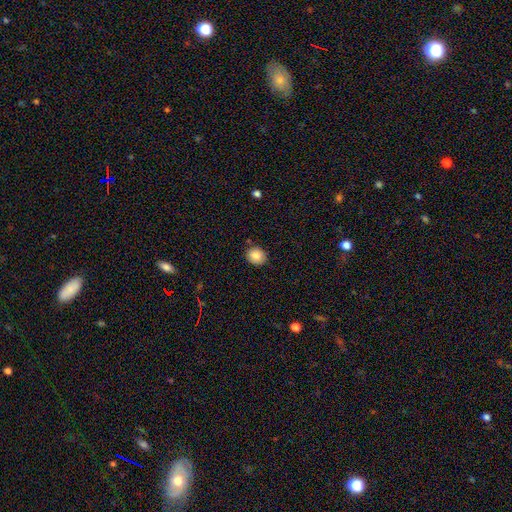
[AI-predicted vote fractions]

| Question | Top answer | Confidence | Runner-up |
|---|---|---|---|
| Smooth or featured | smooth | 82% | star or artifact (9%) |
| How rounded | round | 77% | in between (23%) |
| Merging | none | 84% | minor disturbance (11%) |